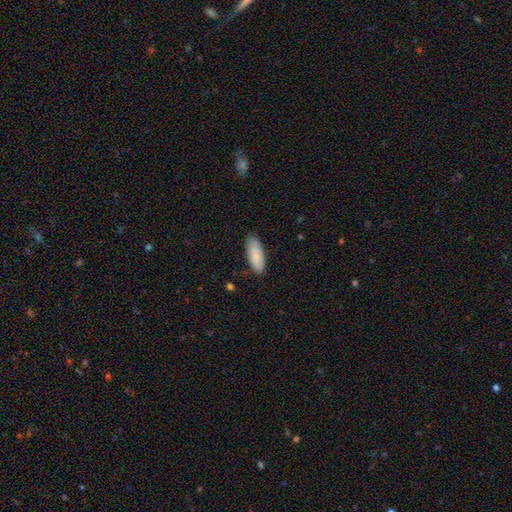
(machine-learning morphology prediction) This is clearly a smooth galaxy (87%). How rounded: likely in between (76%). Merging: clearly none (84%).